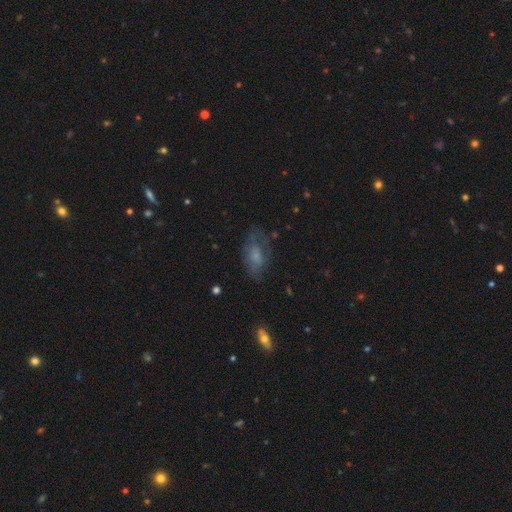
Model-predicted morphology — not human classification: smooth_or_featured: smooth (p=0.49) [alt: featured or disk p=0.40]
merging: none (p=0.54) [alt: minor disturbance p=0.25]